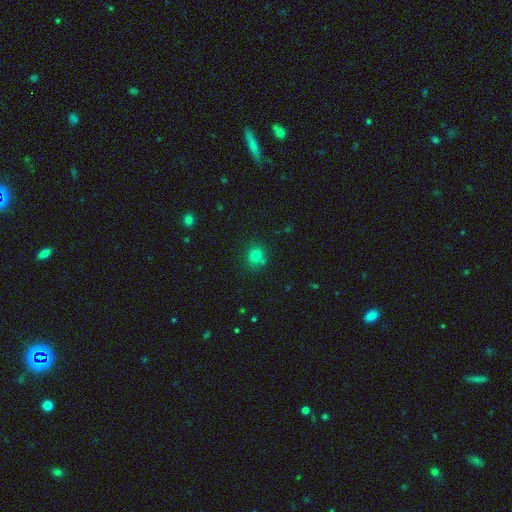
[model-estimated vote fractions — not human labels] A smooth galaxy with no disk features (78%) that is round (82%). Merging: none (75%).